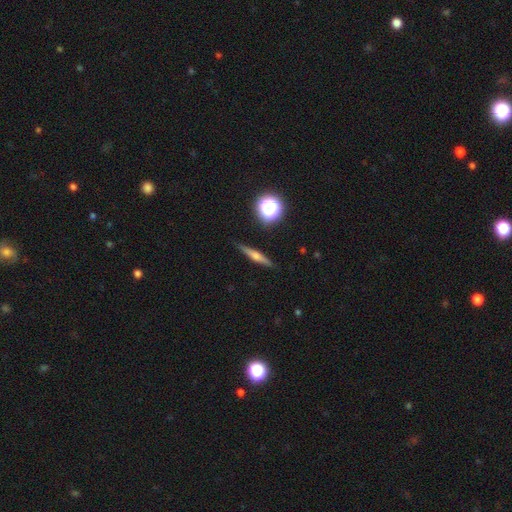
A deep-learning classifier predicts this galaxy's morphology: Smooth or featured?
  - featured or disk: 54% *
  - smooth: 36%
  - star or artifact: 10%
Edge-on disk?
  - yes: 95% *
  - no: 5%
Edge-on bulge?
  - rounded: 82% *
  - none: 10%
  - boxy: 8%
Merging?
  - none: 89% *
  - minor disturbance: 8%
  - major disturbance: 2%
  - merger: 1%